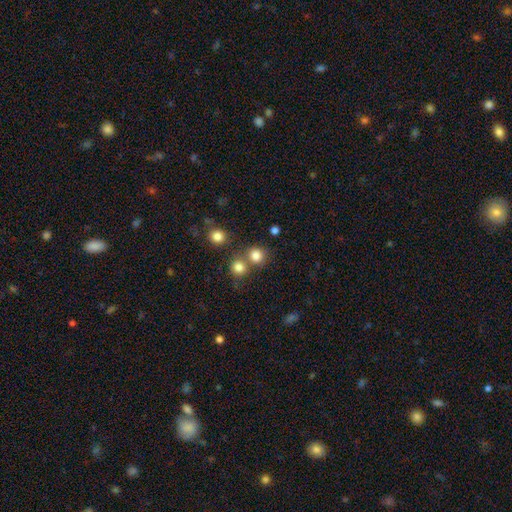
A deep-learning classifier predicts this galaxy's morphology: The model was most divided on "merging": none: 62%, merger: 27%, minor disturbance: 7%, major disturbance: 3%. More confident: how rounded — round (88%); smooth or featured — smooth (81%).